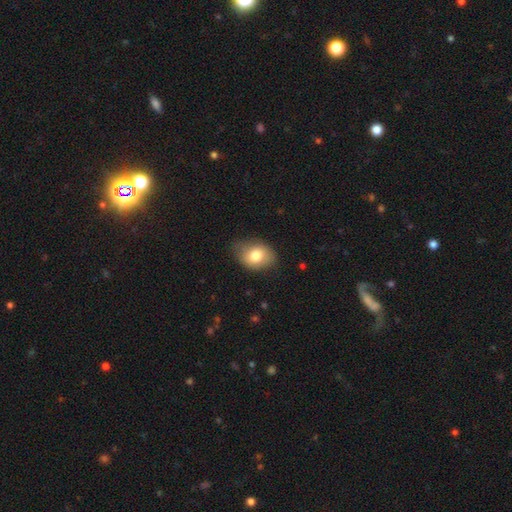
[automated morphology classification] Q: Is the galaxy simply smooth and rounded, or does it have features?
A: smooth — 78%.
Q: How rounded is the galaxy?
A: in between — 72%.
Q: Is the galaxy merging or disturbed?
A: none — 69%.